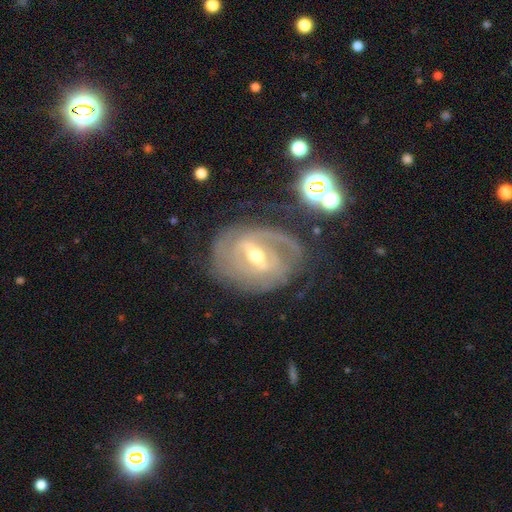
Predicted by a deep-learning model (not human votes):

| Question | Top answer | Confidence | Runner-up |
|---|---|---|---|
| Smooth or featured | featured or disk | 84% | smooth (10%) |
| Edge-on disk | no | 95% | yes (5%) |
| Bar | strong | 53% | weak (36%) |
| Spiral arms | yes | 83% | no (17%) |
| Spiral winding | tight | 54% | medium (33%) |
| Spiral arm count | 2 | 44% | can't tell (32%) |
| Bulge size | moderate | 64% | small (31%) |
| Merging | none | 66% | minor disturbance (19%) |